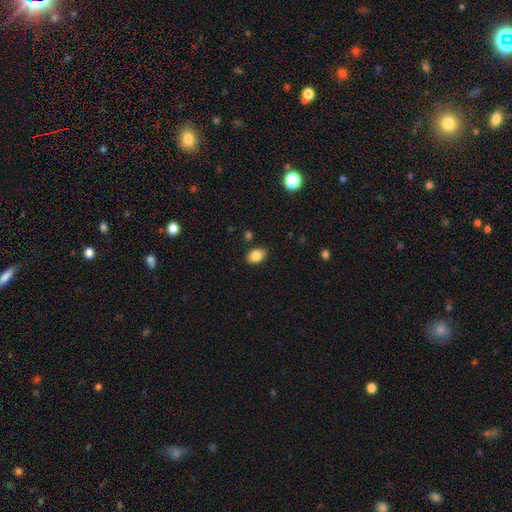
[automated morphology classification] type=smooth (85%); roundness=in between (79%); merging=none (85%).